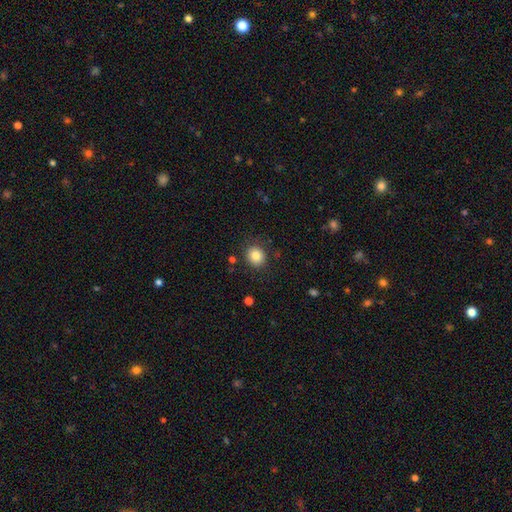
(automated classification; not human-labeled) A smooth galaxy with no disk features (84%) that is round (79%). Merging: none (86%).